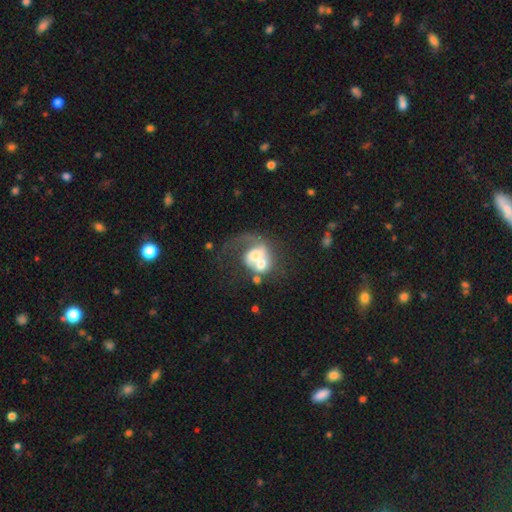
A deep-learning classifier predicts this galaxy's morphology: Smooth or featured? featured or disk (57%)
Edge-on disk? no (97%)
Bar? no (72%)
Spiral arms? yes (62%)
Bulge size? moderate (49%)
Merging? merger (58%)